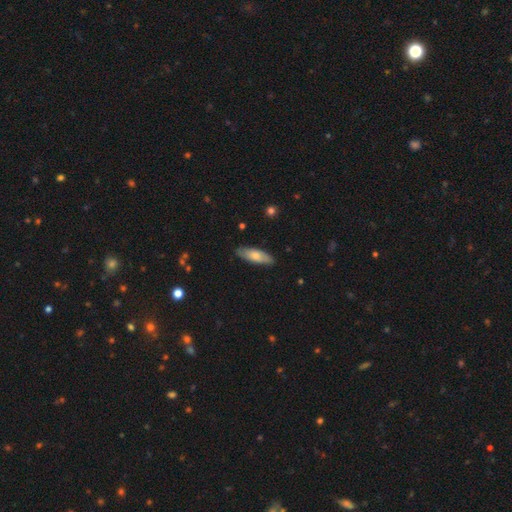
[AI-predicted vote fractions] smooth 71%, featured or disk 24%, star or artifact 5%. Down the decision tree: how rounded — in between (54%); merging — none (85%).